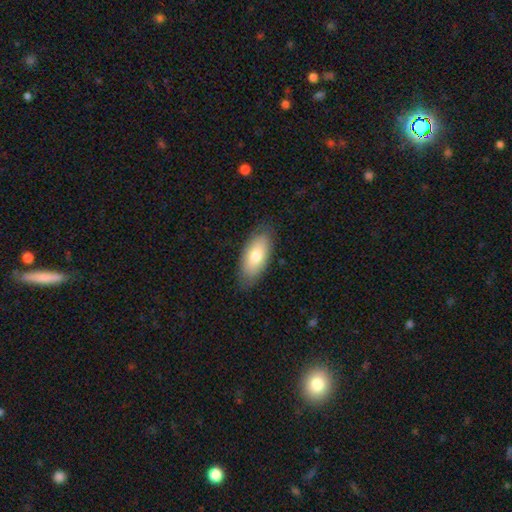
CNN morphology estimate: Overall: smooth (75%). How rounded: in between (89%). Merging: none (83%).